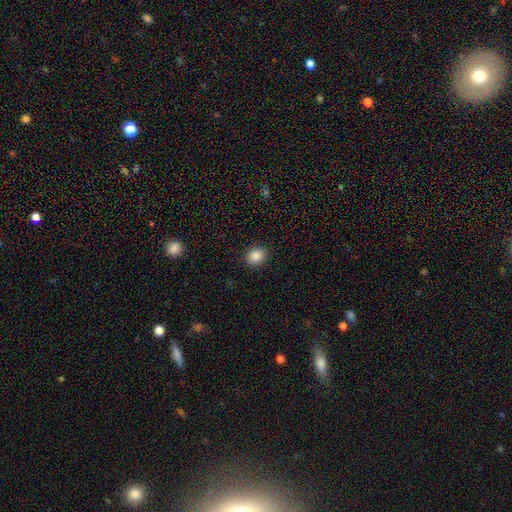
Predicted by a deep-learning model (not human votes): Overall: smooth (86%). How rounded: round (60%; in between 39%). Merging: none (91%).